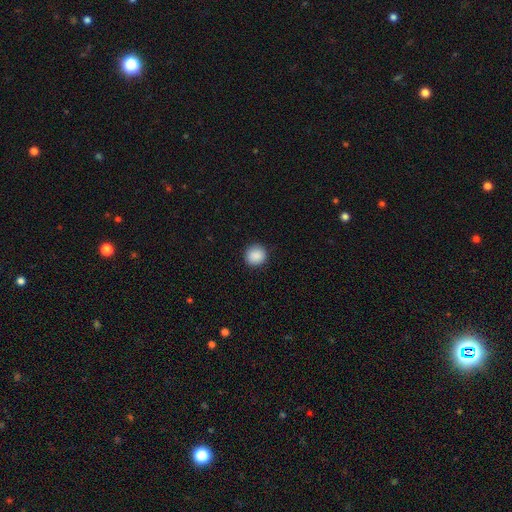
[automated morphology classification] This appears to be a smooth galaxy with no disk features (89%) that is round (92%). Merging: none (91%).